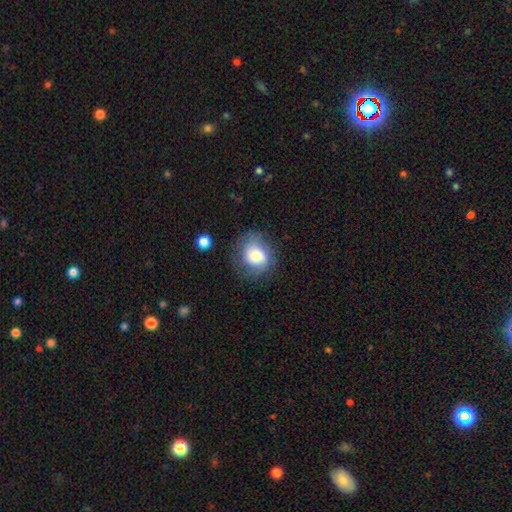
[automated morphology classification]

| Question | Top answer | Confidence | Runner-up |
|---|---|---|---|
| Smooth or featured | smooth | 69% | featured or disk (22%) |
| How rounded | round | 71% | in between (28%) |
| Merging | none | 67% | minor disturbance (21%) |